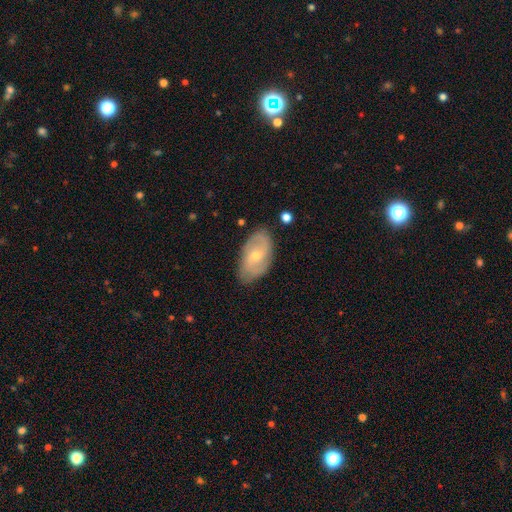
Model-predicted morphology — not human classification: This is likely a featured or disk galaxy (64%). It is clearly not viewed edge-on (93%). Bar: possibly no (55%). Spiral arm pattern: clearly yes (81%). Central bulge: possibly small (56%). Merging: likely none (80%).